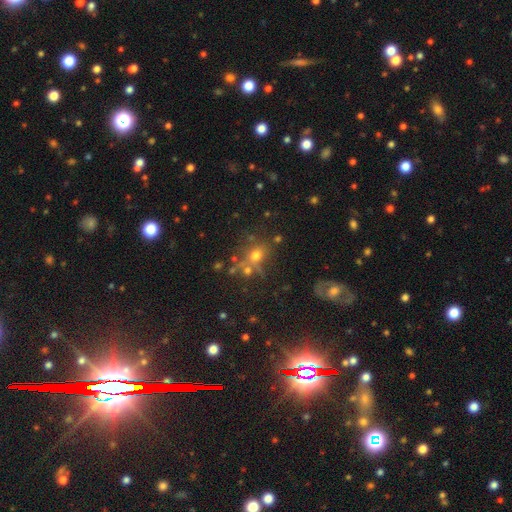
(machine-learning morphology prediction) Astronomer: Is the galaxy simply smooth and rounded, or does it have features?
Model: smooth — 59%.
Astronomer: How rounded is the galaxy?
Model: round — 69%.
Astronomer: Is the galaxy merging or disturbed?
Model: none — 60%.